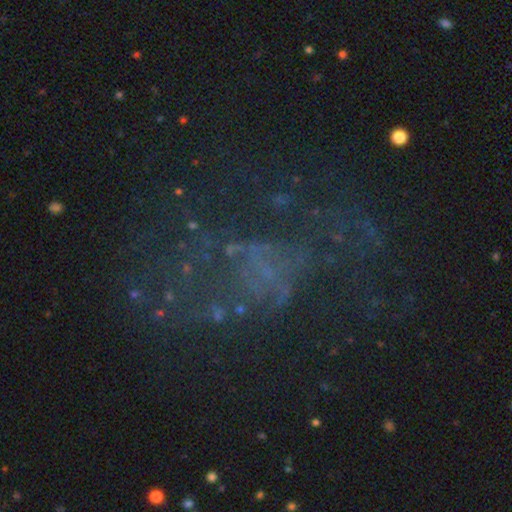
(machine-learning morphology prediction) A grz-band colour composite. It shows a featured or disk galaxy (47%). Merging: major disturbance (40%).